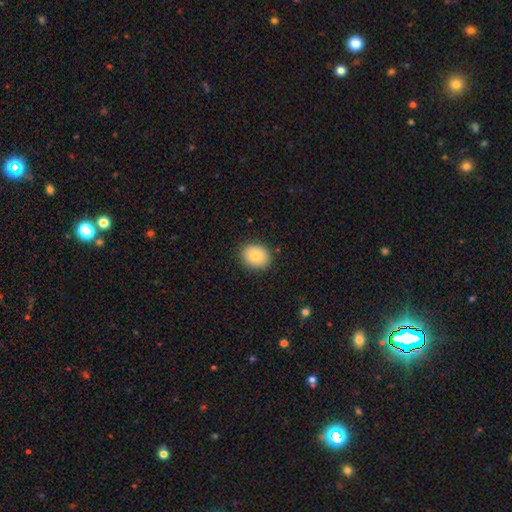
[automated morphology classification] Smooth or featured: smooth — 82% (featured or disk — 9%)
How rounded: round — 57% (in between — 42%)
Merging: none — 88% (minor disturbance — 9%)